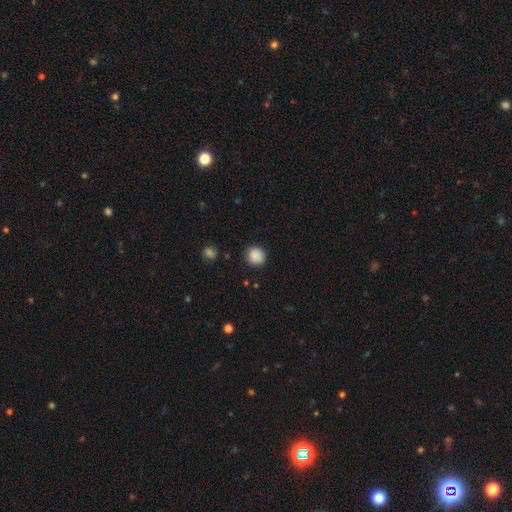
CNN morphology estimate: This appears to be a smooth galaxy with no disk features (88%) that is round (84%). Merging: none (85%).